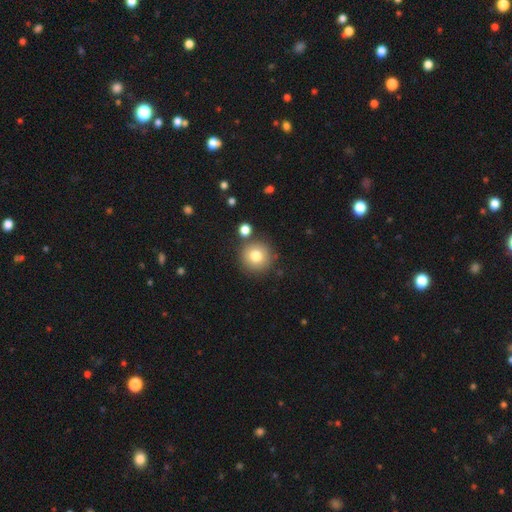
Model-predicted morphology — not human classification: smooth_or_featured: smooth (p=0.79) [alt: featured or disk p=0.11]
how_rounded: round (p=0.95) [alt: in between p=0.05]
merging: none (p=0.82) [alt: minor disturbance p=0.08]